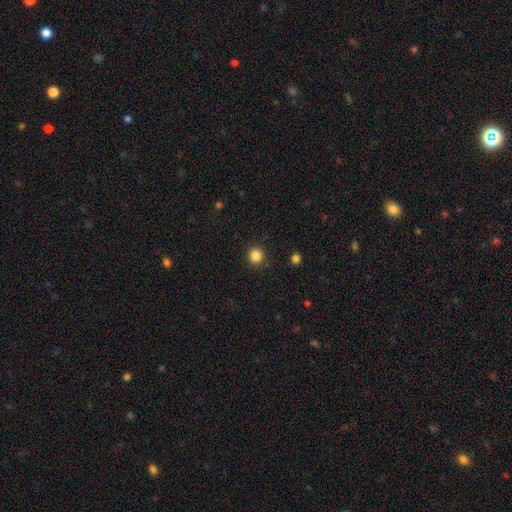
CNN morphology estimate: smooth-or-featured: smooth: 85% | star or artifact: 12% | featured or disk: 4%
  how-rounded: round: 94% | in between: 5% | cigar-shaped: 1%
  merging: none: 91% | minor disturbance: 6% | major disturbance: 2% | merger: 1%